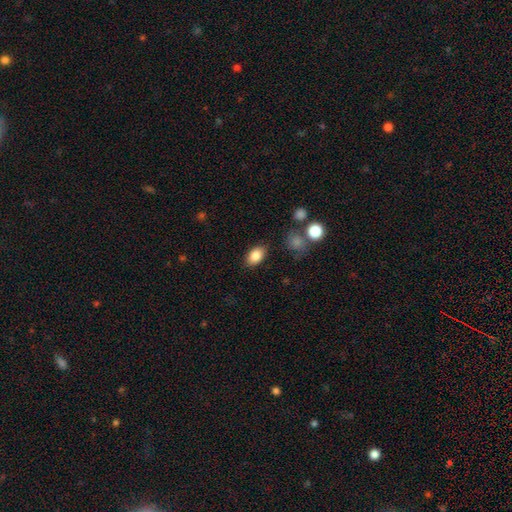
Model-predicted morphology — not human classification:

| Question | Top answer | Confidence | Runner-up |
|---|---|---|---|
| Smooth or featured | smooth | 85% | star or artifact (8%) |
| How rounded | in between | 86% | round (12%) |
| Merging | none | 84% | minor disturbance (11%) |